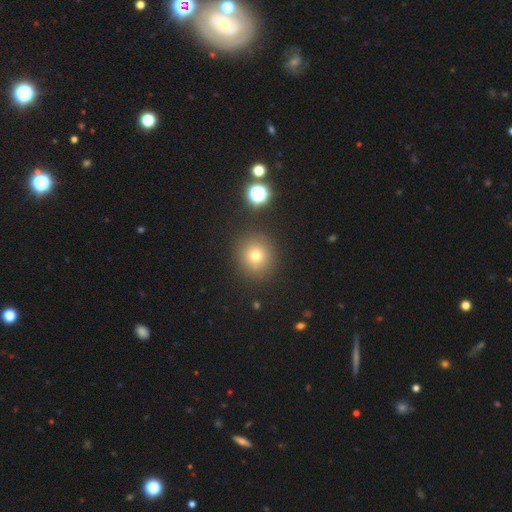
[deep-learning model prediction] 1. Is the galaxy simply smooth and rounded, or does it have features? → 72% smooth, 18% star or artifact, 10% featured or disk.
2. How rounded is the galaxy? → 91% round, 8% in between, 1% cigar-shaped.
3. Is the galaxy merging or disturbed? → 88% none, 7% minor disturbance, 3% major disturbance, 3% merger.